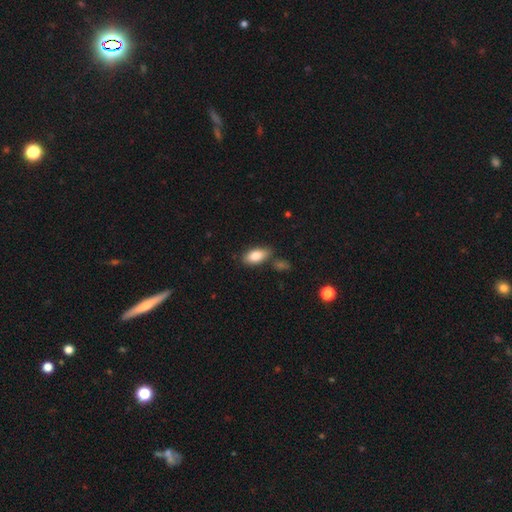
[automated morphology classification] smooth-or-featured: smooth: 83% | featured or disk: 10% | star or artifact: 7%
  how-rounded: in between: 90% | cigar-shaped: 7% | round: 4%
  merging: none: 72% | minor disturbance: 16% | merger: 8% | major disturbance: 4%